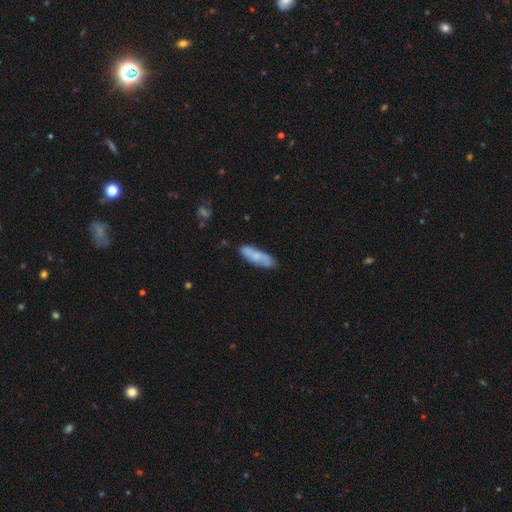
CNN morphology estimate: Smooth or featured? Predicted: smooth (p=0.54). How rounded? Predicted: in between (p=0.51). Merging? Predicted: none (p=0.73).